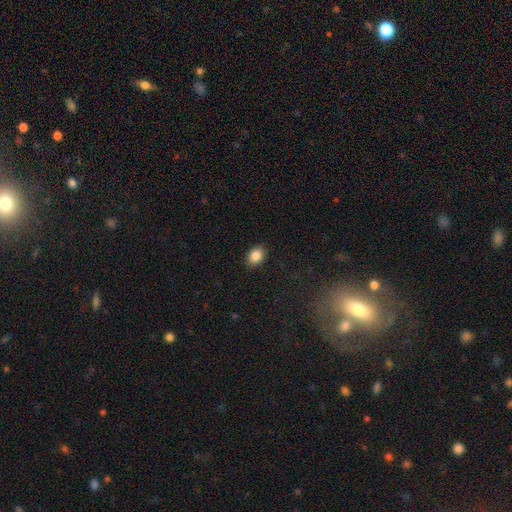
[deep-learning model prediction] Q: Smooth or featured?
A: smooth (86%); runner-up: star or artifact (9%)
Q: How rounded?
A: in between (68%); runner-up: round (31%)
Q: Merging?
A: none (88%); runner-up: minor disturbance (9%)